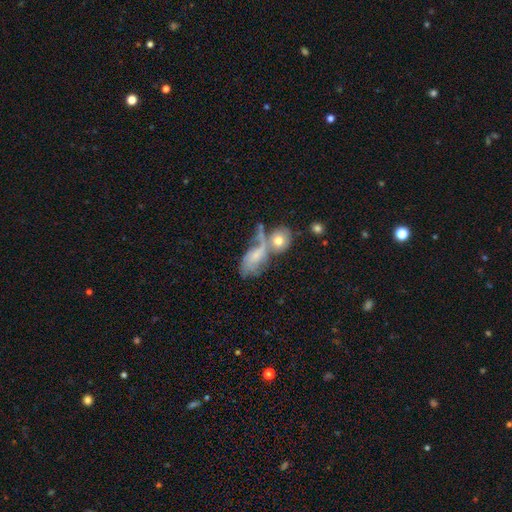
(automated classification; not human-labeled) Overall: smooth (46%; featured or disk 45%). Merging: merger (44%; none 22%).